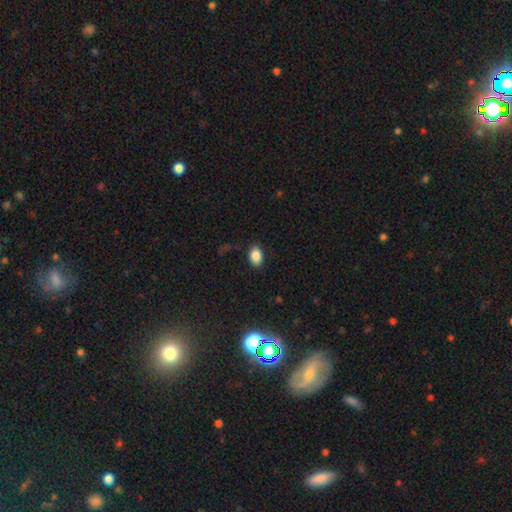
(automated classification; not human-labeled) Smooth or featured? Predicted: smooth (p=0.86). How rounded? Predicted: in between (p=0.82). Merging? Predicted: none (p=0.86).